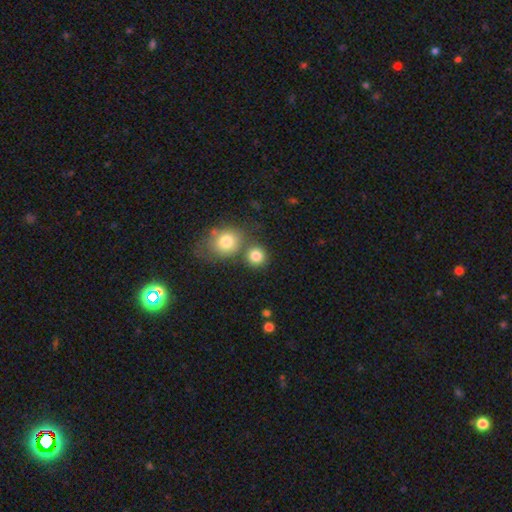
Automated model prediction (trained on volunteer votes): Smooth or featured?
  - smooth: 83% *
  - star or artifact: 10%
  - featured or disk: 7%
How rounded?
  - round: 87% *
  - in between: 12%
  - cigar-shaped: 1%
Merging?
  - none: 60% *
  - merger: 28%
  - minor disturbance: 8%
  - major disturbance: 4%